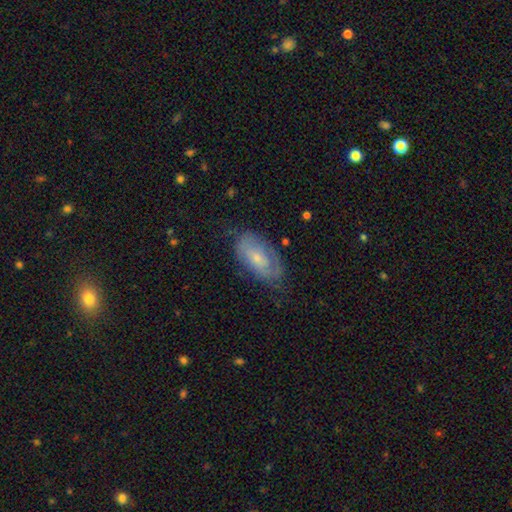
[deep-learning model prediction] Smooth or featured? featured or disk (53%)
Edge-on disk? no (92%)
Merging? none (63%)